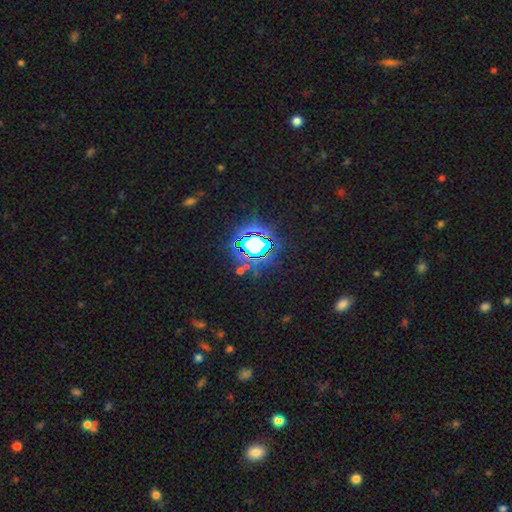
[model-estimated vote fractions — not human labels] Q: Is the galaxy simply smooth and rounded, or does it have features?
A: star or artifact — 80%.